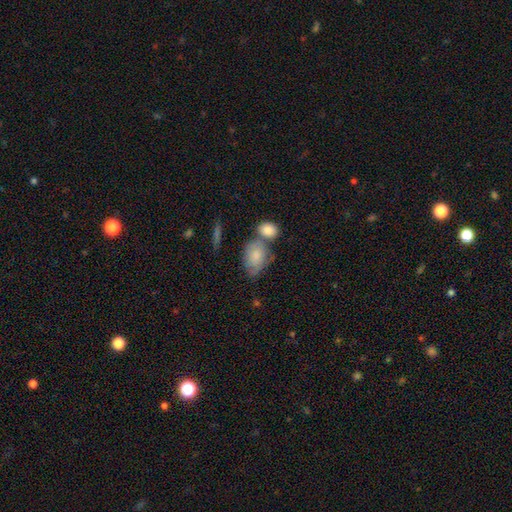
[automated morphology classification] Smooth or featured? smooth (75%)
How rounded? in between (81%)
Merging? none (36%)